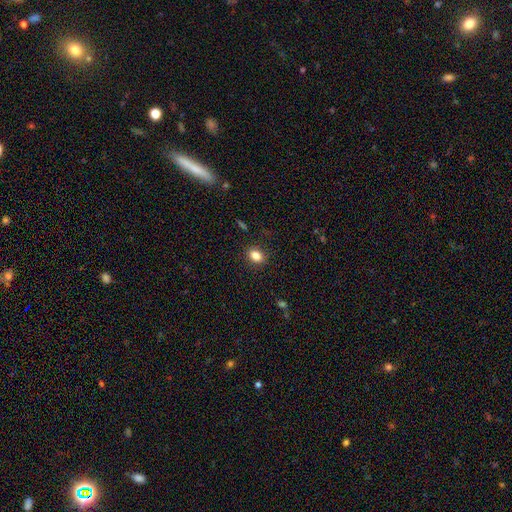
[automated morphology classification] A smooth galaxy with no disk features (84%) that is in between round and cigar-shaped (64%).

Vote fractions:
- Smooth or featured? smooth: 84% / star or artifact: 11% / featured or disk: 6%
- How rounded? in between: 64% / round: 35% / cigar-shaped: 1%
- Merging? none: 87% / minor disturbance: 9% / major disturbance: 2% / merger: 1%